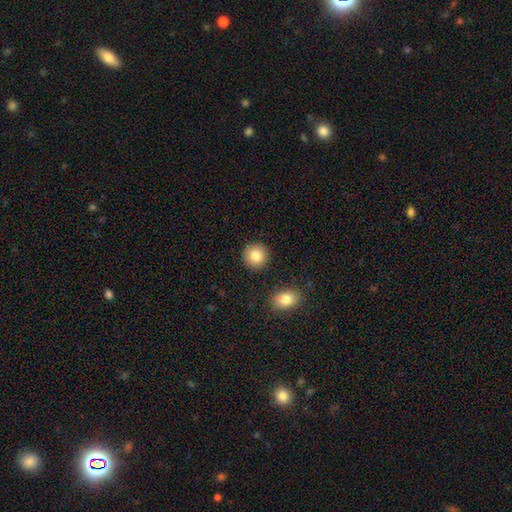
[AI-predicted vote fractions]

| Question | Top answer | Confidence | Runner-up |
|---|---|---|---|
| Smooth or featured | smooth | 84% | star or artifact (9%) |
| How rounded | round | 93% | in between (6%) |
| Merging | none | 90% | minor disturbance (6%) |